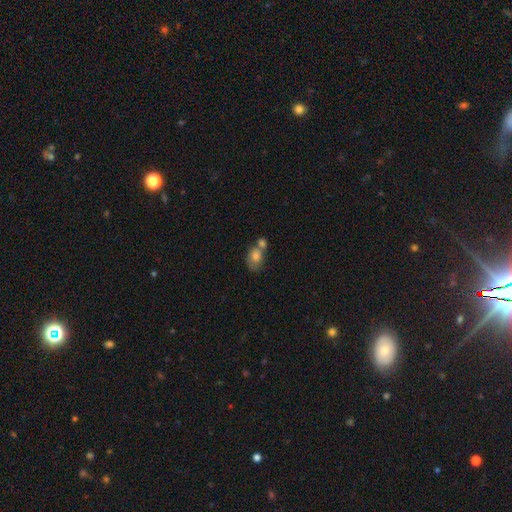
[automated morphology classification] Smooth or featured: smooth — 77% (featured or disk — 14%)
How rounded: in between — 71% (round — 27%)
Merging: merger — 57% (none — 24%)